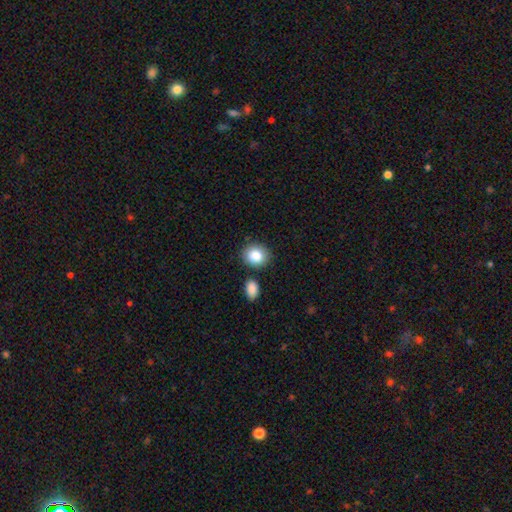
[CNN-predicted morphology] A smooth galaxy with no disk features (87%) that is round (67%).

Vote fractions:
- Smooth or featured? smooth: 87% / star or artifact: 7% / featured or disk: 5%
- How rounded? round: 67% / in between: 32% / cigar-shaped: 1%
- Merging? none: 77% / minor disturbance: 11% / merger: 9% / major disturbance: 3%